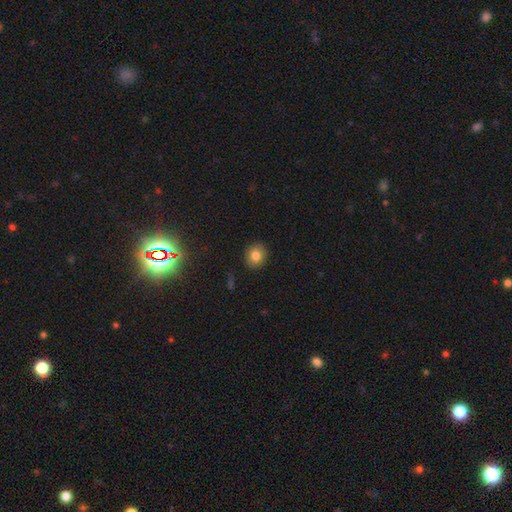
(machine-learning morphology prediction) Q: Smooth or featured?
A: smooth (80%); runner-up: star or artifact (11%)
Q: How rounded?
A: round (71%); runner-up: in between (28%)
Q: Merging?
A: none (90%); runner-up: minor disturbance (7%)